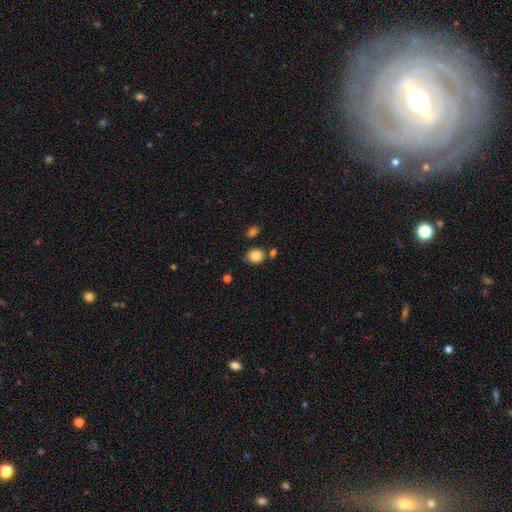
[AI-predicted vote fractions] smooth 84%, star or artifact 9%, featured or disk 7%. Down the decision tree: how rounded — round (56%); merging — none (74%).